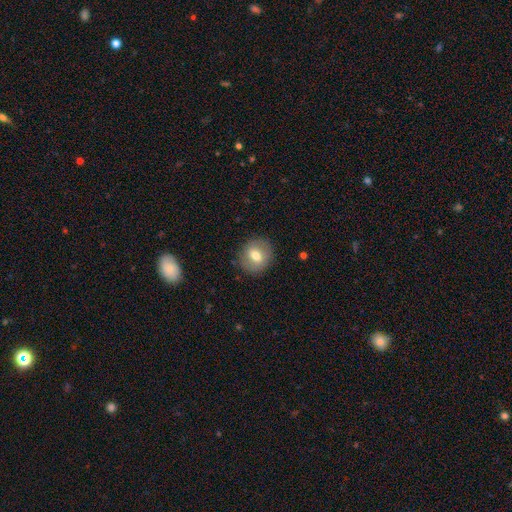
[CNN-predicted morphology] This is likely a smooth galaxy (66%). How rounded: clearly round (80%). Merging: clearly none (85%).